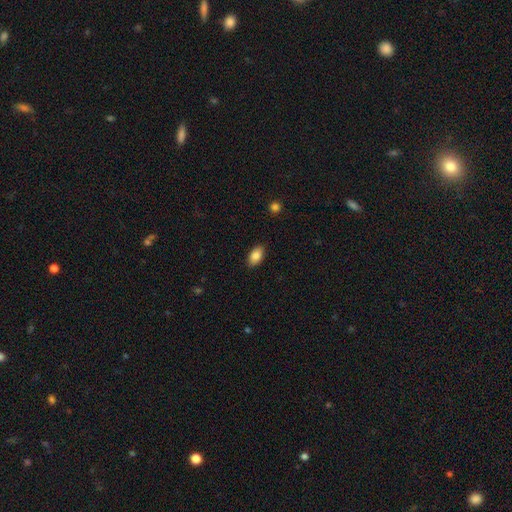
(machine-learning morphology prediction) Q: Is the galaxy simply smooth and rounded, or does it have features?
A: smooth — 87%.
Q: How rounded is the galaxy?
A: in between — 92%.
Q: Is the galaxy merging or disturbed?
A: none — 87%.